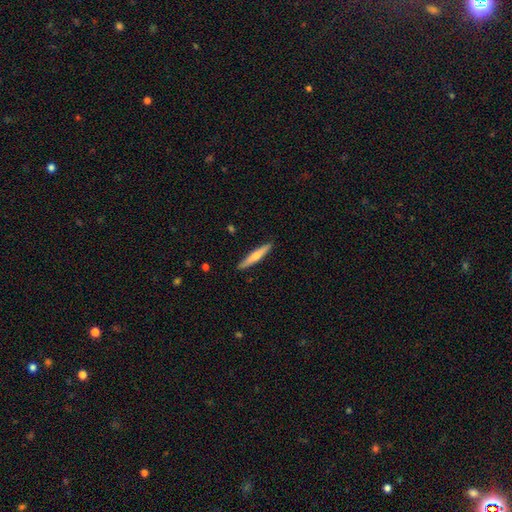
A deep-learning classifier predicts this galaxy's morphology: The model was most divided on "smooth or featured": smooth: 48%, featured or disk: 46%, star or artifact: 6%. More confident: merging — none (91%).